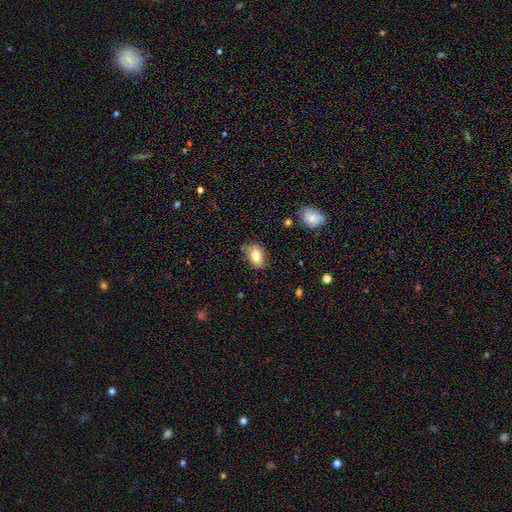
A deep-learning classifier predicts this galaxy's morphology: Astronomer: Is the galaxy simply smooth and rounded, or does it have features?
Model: smooth — 80%.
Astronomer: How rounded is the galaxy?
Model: in between — 84%.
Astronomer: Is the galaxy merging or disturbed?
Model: none — 72%.